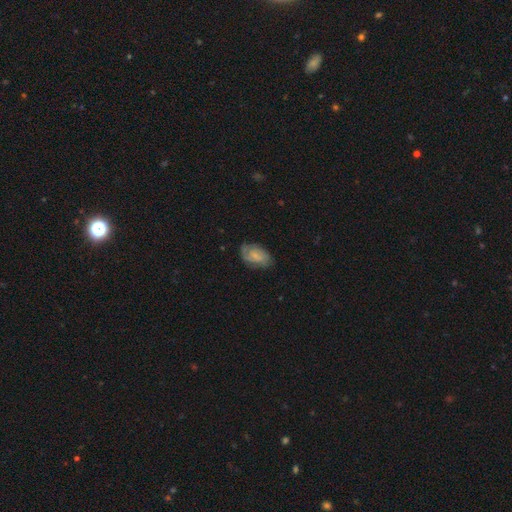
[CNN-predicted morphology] smooth_or_featured: smooth (p=0.47) [alt: featured or disk p=0.46]
merging: none (p=0.67) [alt: minor disturbance p=0.24]